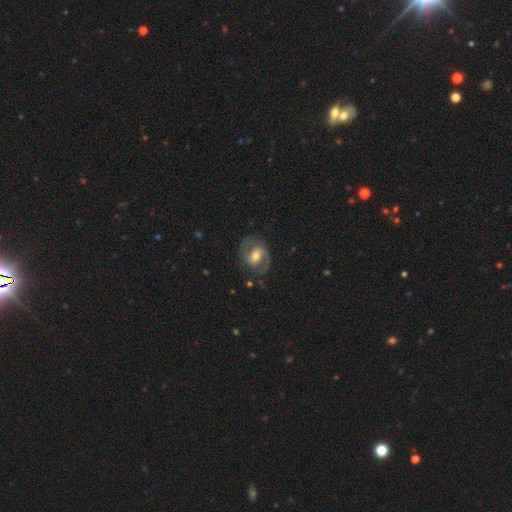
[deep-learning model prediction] smooth_or_featured: featured or disk (p=0.77) [alt: smooth p=0.17]
disk_edge_on: no (p=0.97) [alt: yes p=0.03]
bar: weak (p=0.48) [alt: strong p=0.26]
has_spiral_arms: yes (p=0.89) [alt: no p=0.11]
spiral_winding: medium (p=0.54) [alt: loose p=0.25]
spiral_arm_count: 2 (p=0.87) [alt: can't tell p=0.06]
bulge_size: moderate (p=0.63) [alt: small p=0.24]
merging: none (p=0.72) [alt: minor disturbance p=0.17]